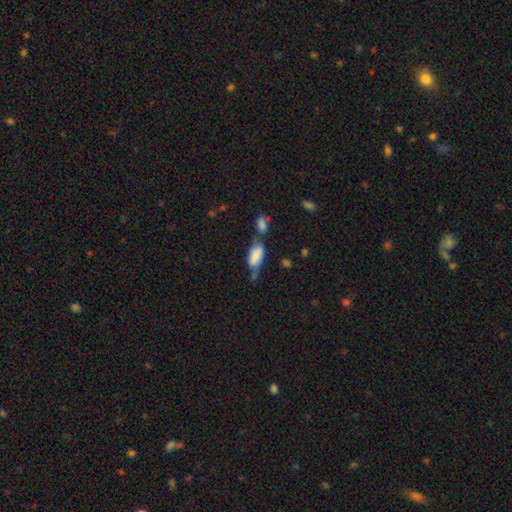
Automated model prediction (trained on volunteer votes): Smooth or featured? smooth (74%)
How rounded? in between (88%)
Merging? merger (37%)